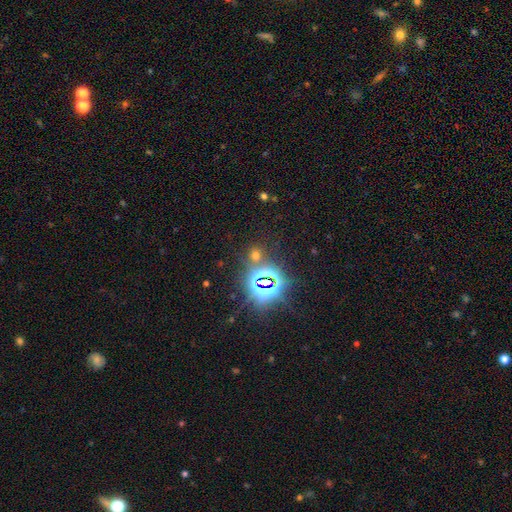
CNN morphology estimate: Smooth or featured: star or artifact — 56% (smooth — 37%)